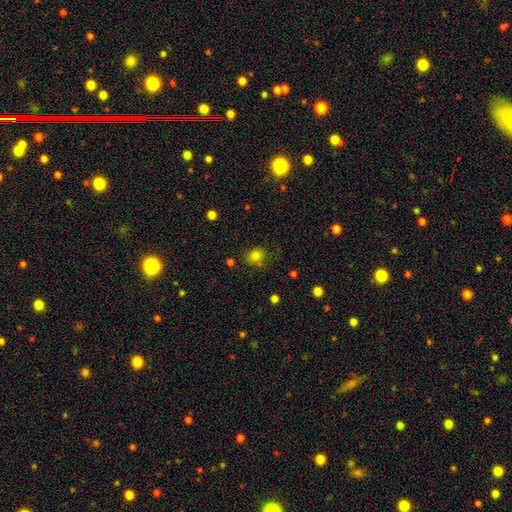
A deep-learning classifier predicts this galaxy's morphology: This appears to be a smooth galaxy with no disk features (79%) that is round (60%). Merging: none (72%).